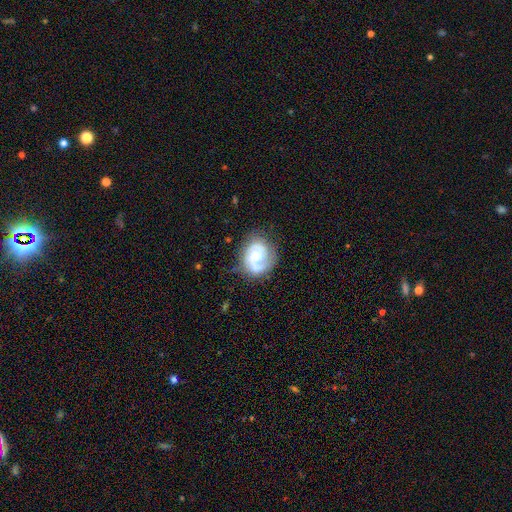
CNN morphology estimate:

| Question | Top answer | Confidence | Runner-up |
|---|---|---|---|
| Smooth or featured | featured or disk | 82% | smooth (12%) |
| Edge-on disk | no | 98% | yes (2%) |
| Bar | no | 60% | weak (34%) |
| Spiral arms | yes | 96% | no (4%) |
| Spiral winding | medium | 45% | tight (41%) |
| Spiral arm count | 2 | 76% | 1 (8%) |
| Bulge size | moderate | 52% | small (41%) |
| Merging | none | 71% | minor disturbance (19%) |